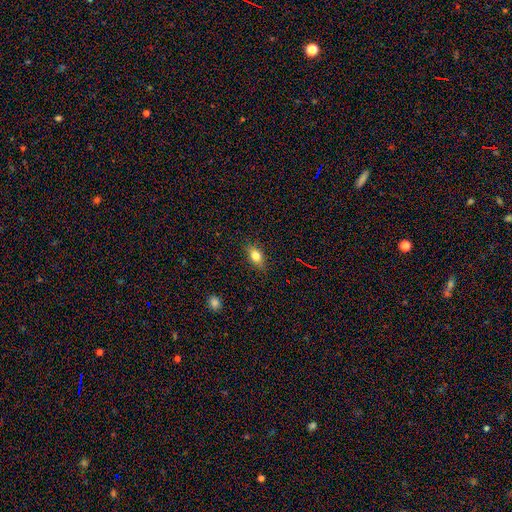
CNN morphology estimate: The model was most divided on "smooth or featured": smooth: 74%, featured or disk: 15%, star or artifact: 11%. More confident: merging — none (85%); how rounded — in between (77%).